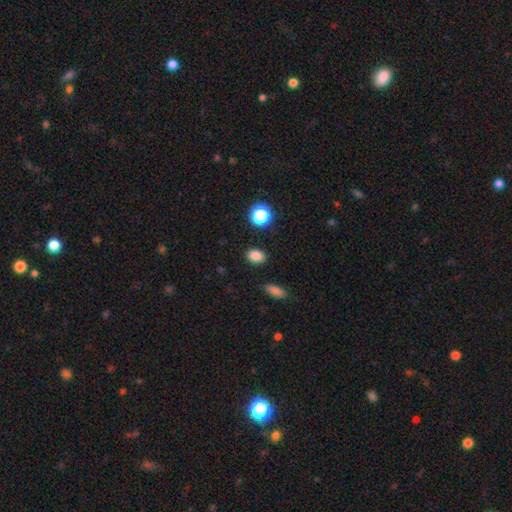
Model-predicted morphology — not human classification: smooth 84%, star or artifact 12%, featured or disk 4%. Down the decision tree: how rounded — in between (64%); merging — none (88%).